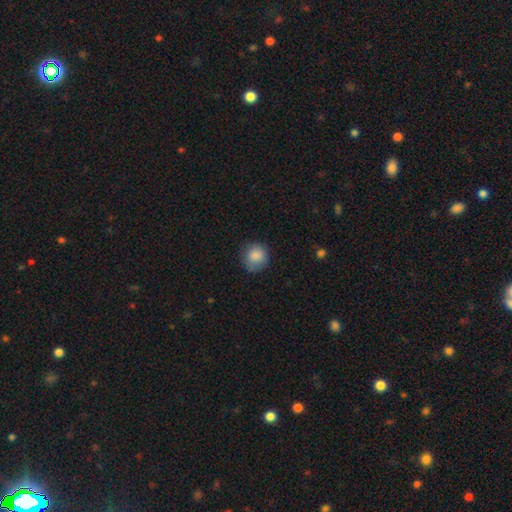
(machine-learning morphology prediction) Smooth or featured?
  - smooth: 86% *
  - star or artifact: 8%
  - featured or disk: 6%
How rounded?
  - round: 88% *
  - in between: 11%
  - cigar-shaped: 1%
Merging?
  - none: 76% *
  - minor disturbance: 18%
  - major disturbance: 4%
  - merger: 1%